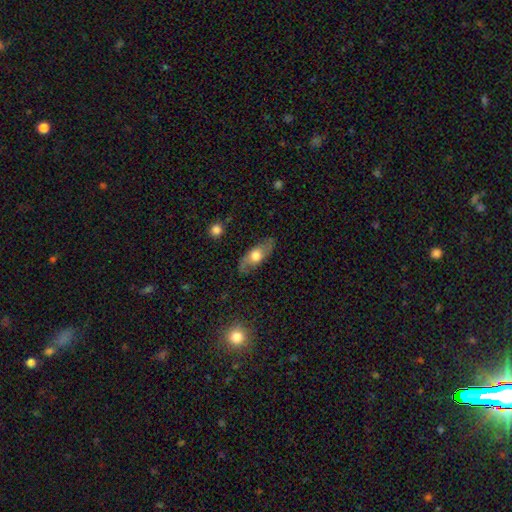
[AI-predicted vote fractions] Overall: smooth (54%; featured or disk 39%). How rounded: in between (72%). Merging: none (79%).